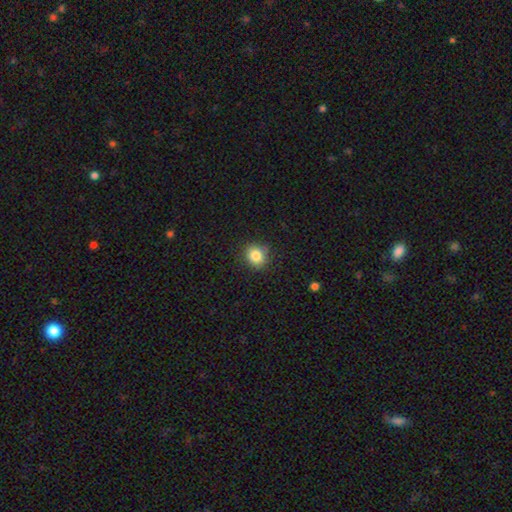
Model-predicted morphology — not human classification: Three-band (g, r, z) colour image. It shows a smooth galaxy with no disk features (84%) that is round (80%). Merging: none (86%).